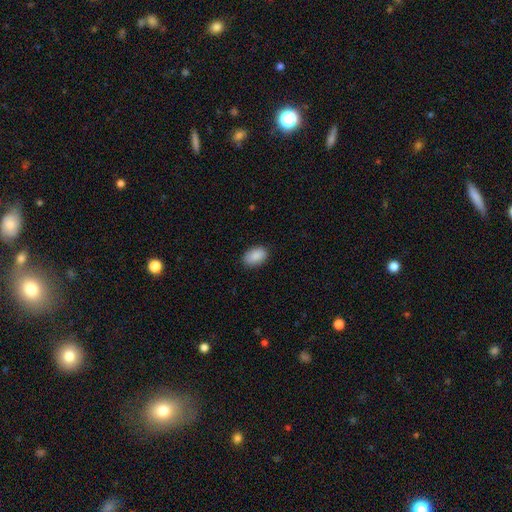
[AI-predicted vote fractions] Smooth or featured: smooth — 89% (star or artifact — 7%)
How rounded: in between — 89% (round — 10%)
Merging: none — 86% (minor disturbance — 11%)